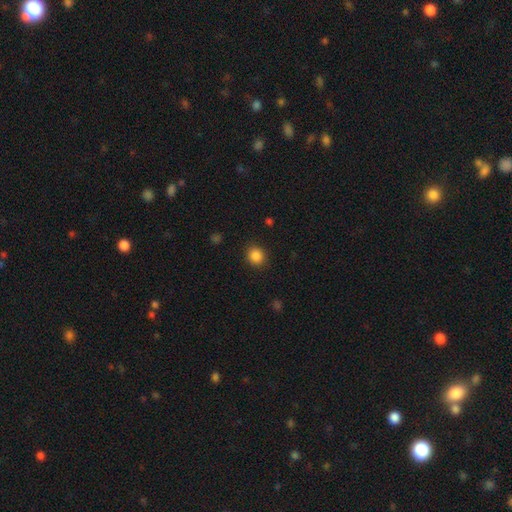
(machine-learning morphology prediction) Smooth or featured: smooth — 86% (star or artifact — 10%)
How rounded: round — 83% (in between — 16%)
Merging: none — 90% (minor disturbance — 7%)